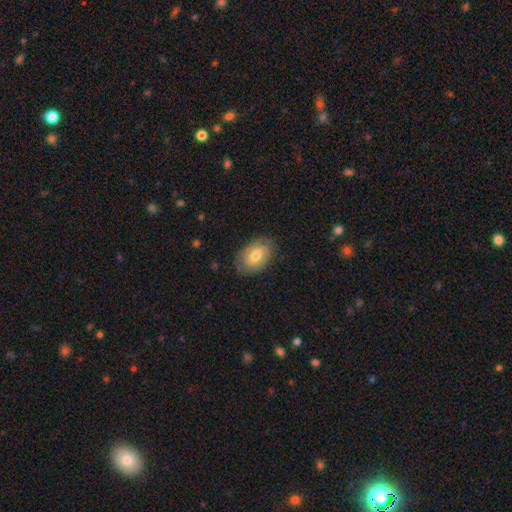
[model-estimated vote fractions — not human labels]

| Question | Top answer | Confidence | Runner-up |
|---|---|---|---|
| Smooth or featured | smooth | 54% | featured or disk (39%) |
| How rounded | in between | 89% | round (10%) |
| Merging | none | 81% | minor disturbance (14%) |